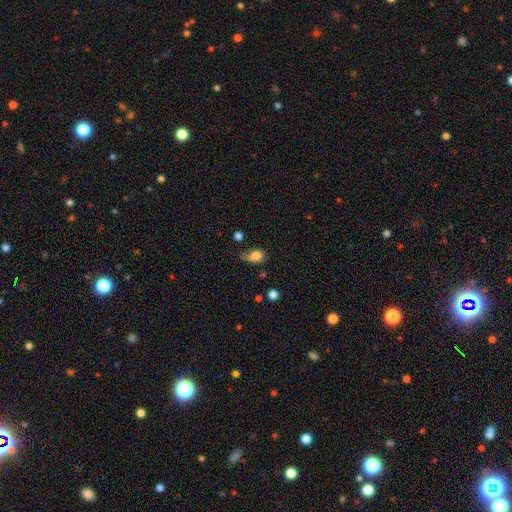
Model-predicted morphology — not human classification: smooth_or_featured: smooth (p=0.77) [alt: featured or disk p=0.12]
how_rounded: in between (p=0.74) [alt: round p=0.24]
merging: minor disturbance (p=0.38) [alt: none p=0.32]